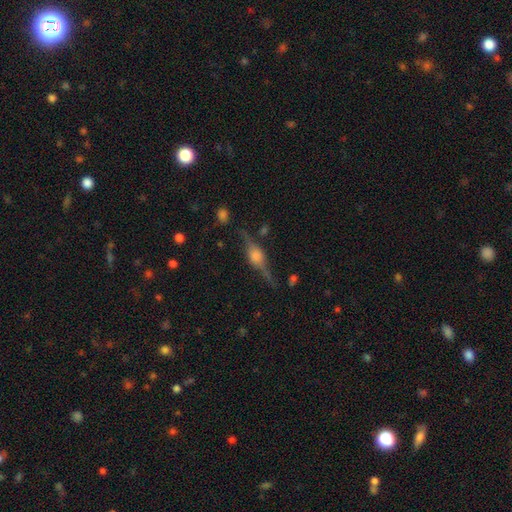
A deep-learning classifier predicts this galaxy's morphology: This is clearly a featured or disk galaxy (82%). It is clearly viewed edge-on (96%). Edge-on bulge: clearly rounded (86%). Merging: likely none (80%).